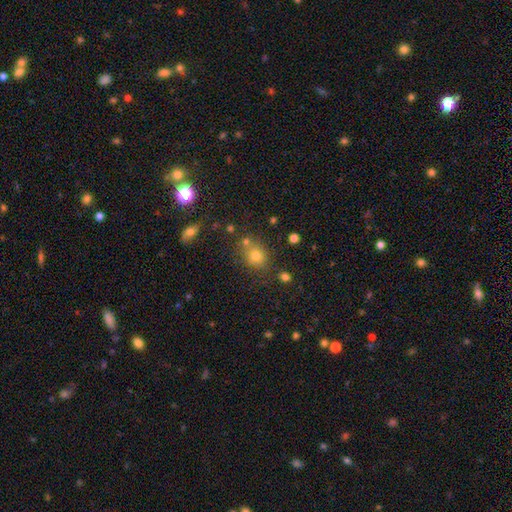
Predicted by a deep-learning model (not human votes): smooth-or-featured: smooth: 71% | star or artifact: 20% | featured or disk: 10%
  how-rounded: round: 71% | in between: 28% | cigar-shaped: 1%
  merging: none: 71% | minor disturbance: 12% | merger: 12% | major disturbance: 5%